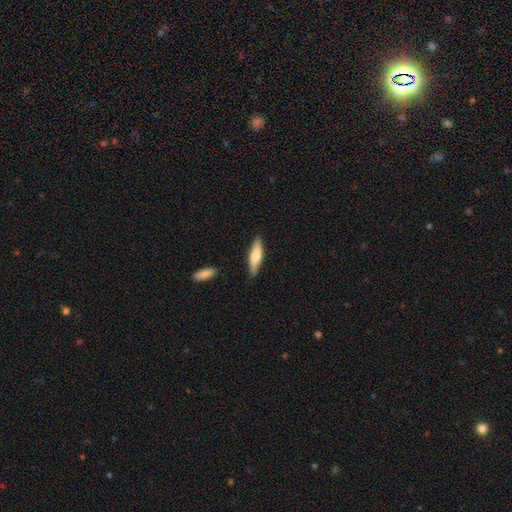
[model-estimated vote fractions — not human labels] Smooth or featured? Predicted: smooth (p=0.71). How rounded? Predicted: cigar-shaped (p=0.64). Merging? Predicted: none (p=0.81).